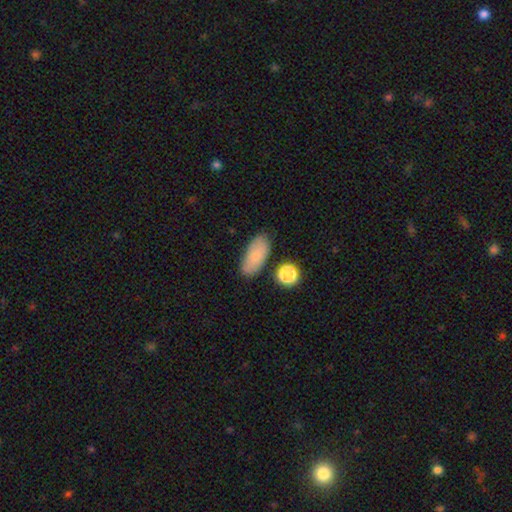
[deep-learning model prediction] Smooth or featured? Predicted: smooth (p=0.82). How rounded? Predicted: in between (p=0.87). Merging? Predicted: none (p=0.78).